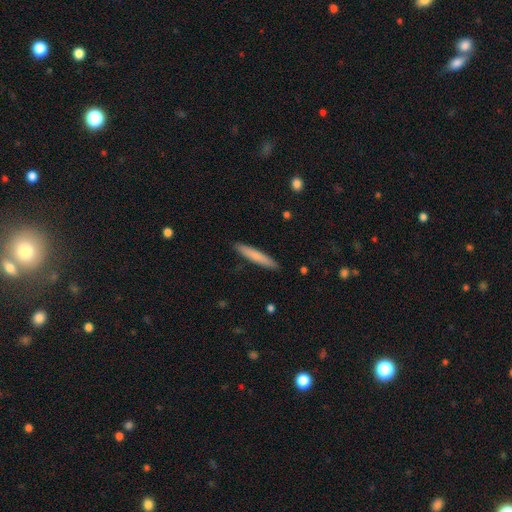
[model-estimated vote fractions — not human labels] Overall: smooth (74%). How rounded: cigar-shaped (94%). Merging: none (91%).